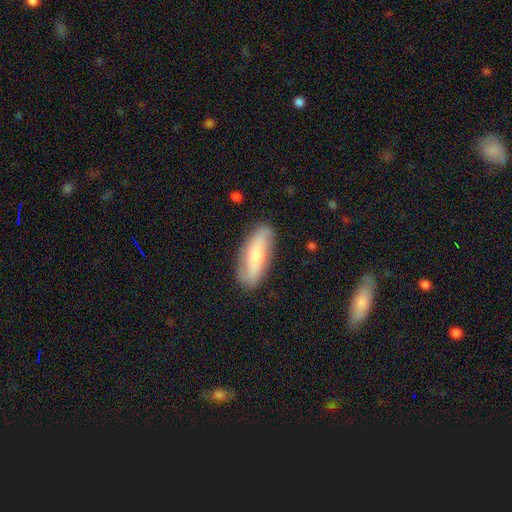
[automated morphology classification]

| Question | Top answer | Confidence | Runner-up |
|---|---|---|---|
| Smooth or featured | smooth | 49% | featured or disk (45%) |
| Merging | none | 83% | minor disturbance (13%) |